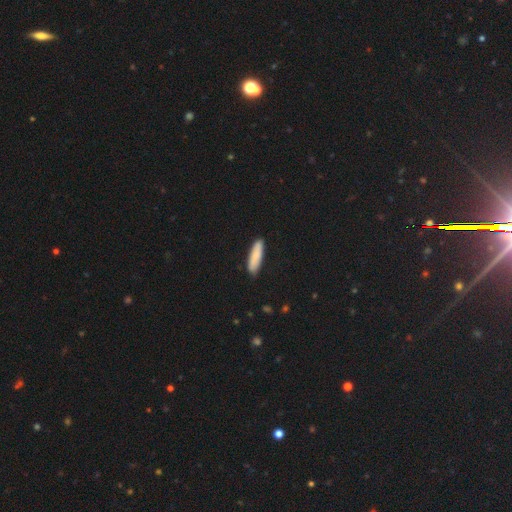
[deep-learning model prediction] This is clearly a smooth galaxy (85%). How rounded: likely cigar-shaped (68%). Merging: clearly none (88%).